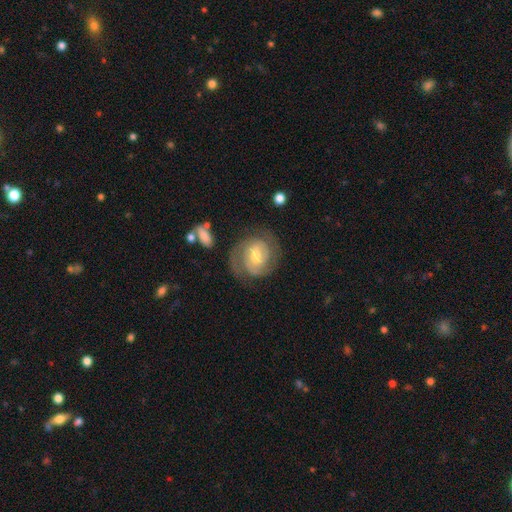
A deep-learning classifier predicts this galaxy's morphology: Smooth or featured? Predicted: featured or disk (p=0.83). Edge-on disk? Predicted: no (p=0.98). Bar? Predicted: weak (p=0.50). Spiral arms? Predicted: yes (p=0.95). Spiral winding? Predicted: tight (p=0.63). Spiral arm count? Predicted: 2 (p=0.75). Bulge size? Predicted: moderate (p=0.60). Merging? Predicted: none (p=0.75).